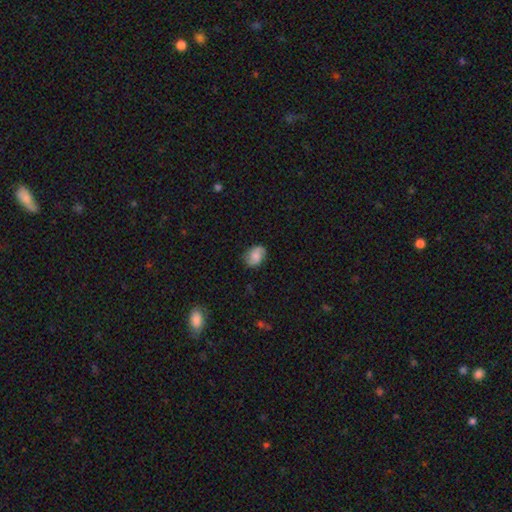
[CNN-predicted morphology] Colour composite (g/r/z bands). It shows a smooth galaxy with no disk features (50%) that is in between round and cigar-shaped (69%). Merging: none (79%).